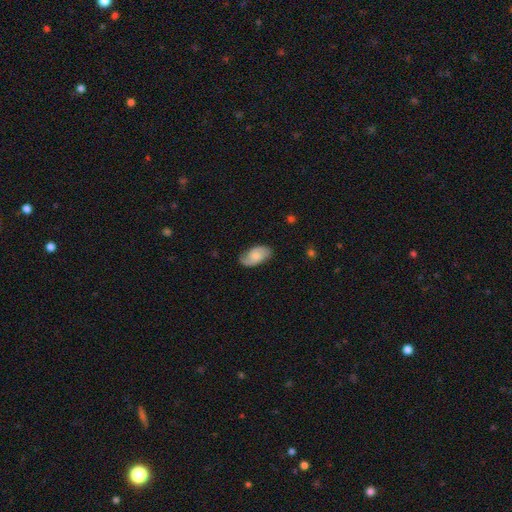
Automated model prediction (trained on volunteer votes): featured or disk 50%, smooth 44%, star or artifact 7%. Down the decision tree: merging — none (73%).